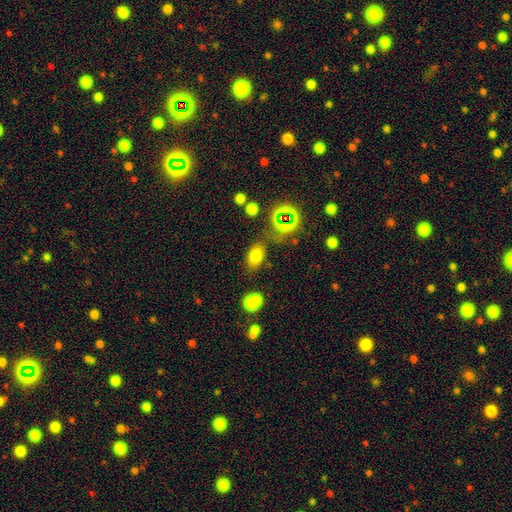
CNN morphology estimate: This appears to be a smooth galaxy with no disk features (72%) that is in between round and cigar-shaped (84%). Merging: none (70%).